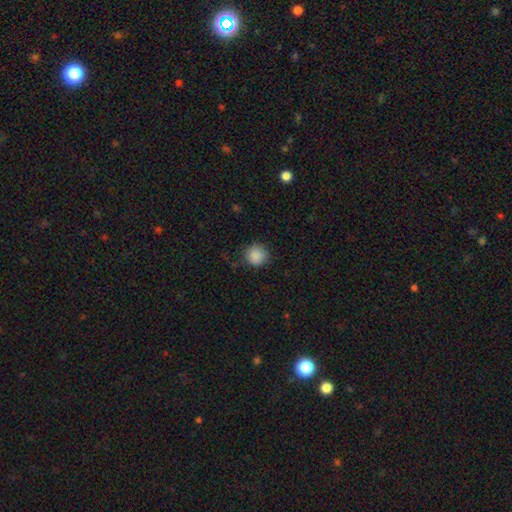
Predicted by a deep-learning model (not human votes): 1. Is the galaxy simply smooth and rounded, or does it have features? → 88% smooth, 9% star or artifact, 3% featured or disk.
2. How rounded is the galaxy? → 91% round, 8% in between, 1% cigar-shaped.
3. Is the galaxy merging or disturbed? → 82% none, 13% minor disturbance, 4% major disturbance, 1% merger.